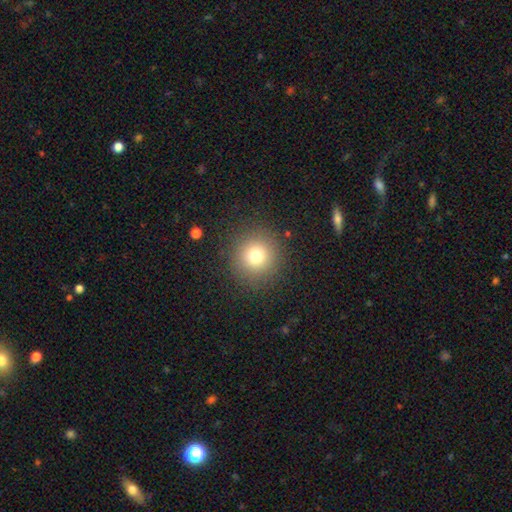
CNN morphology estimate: A smooth galaxy with no disk features (75%) that is round (95%).

Vote fractions:
- Smooth or featured? smooth: 75% / star or artifact: 15% / featured or disk: 10%
- How rounded? round: 95% / in between: 4% / cigar-shaped: 1%
- Merging? none: 89% / minor disturbance: 6% / major disturbance: 3% / merger: 1%